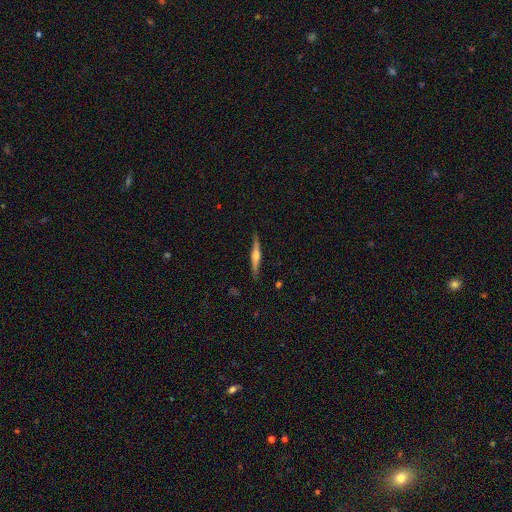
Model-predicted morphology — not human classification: Overall: featured or disk (69%). Edge-on disk: yes (98%). Edge-on bulge: rounded (87%). Merging: none (88%).